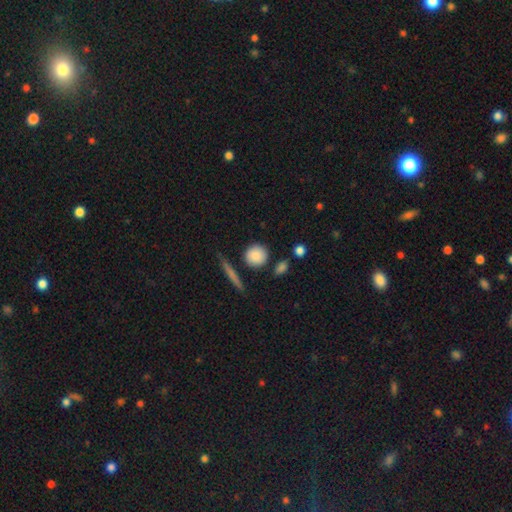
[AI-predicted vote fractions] smooth 85%, featured or disk 8%, star or artifact 7%. Down the decision tree: how rounded — round (88%); merging — none (81%).